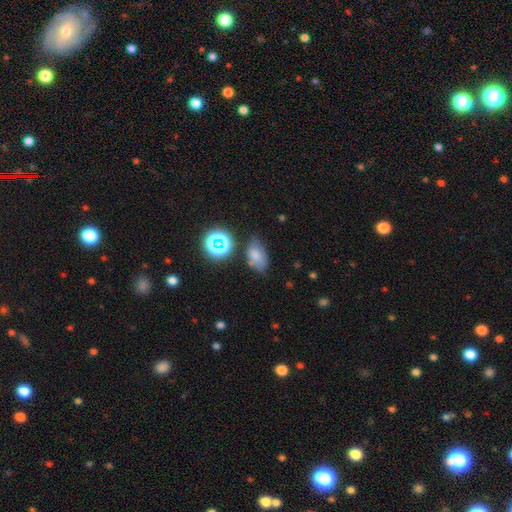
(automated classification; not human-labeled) Smooth or featured? smooth (70%)
How rounded? in between (86%)
Merging? none (61%)